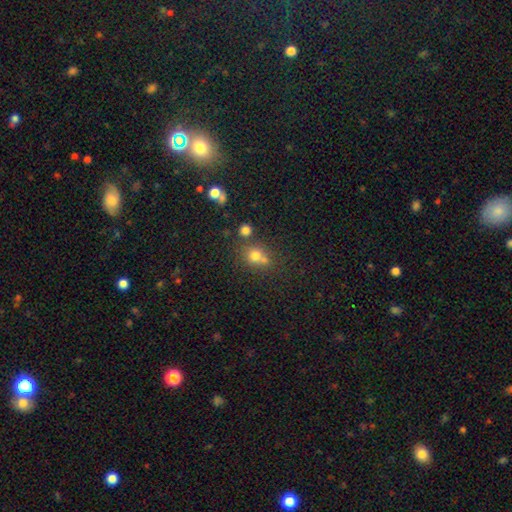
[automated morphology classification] Overall: smooth (72%). How rounded: round (81%). Merging: none (52%; merger 34%).